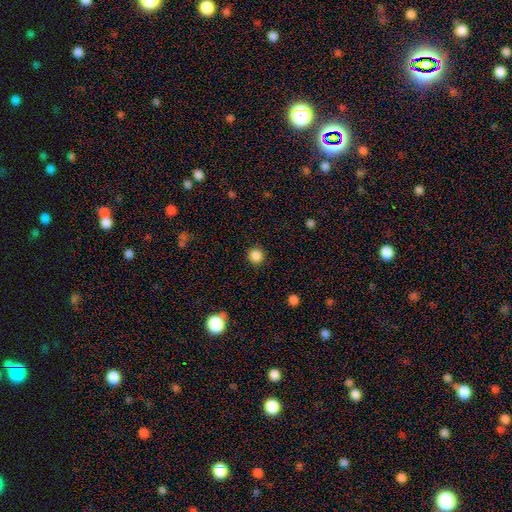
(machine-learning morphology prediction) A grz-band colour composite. It shows a smooth galaxy with no disk features (86%) that is round (94%). Merging: none (90%).